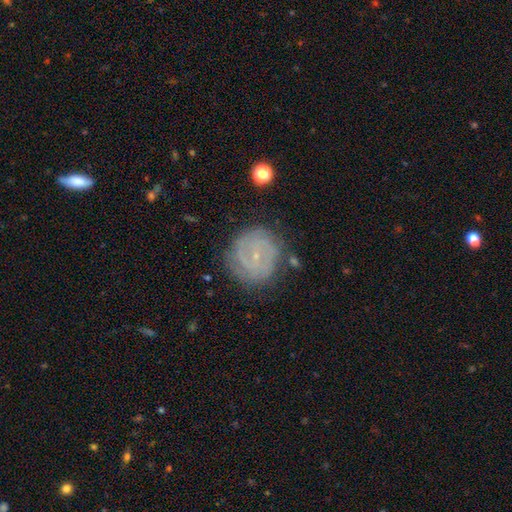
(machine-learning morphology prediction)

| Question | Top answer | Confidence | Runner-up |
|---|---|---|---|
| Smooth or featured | featured or disk | 72% | smooth (20%) |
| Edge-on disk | no | 98% | yes (2%) |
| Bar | no | 59% | weak (34%) |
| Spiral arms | yes | 89% | no (11%) |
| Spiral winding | tight | 69% | medium (24%) |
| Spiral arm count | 2 | 38% | can't tell (33%) |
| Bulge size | small | 84% | moderate (10%) |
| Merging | none | 77% | minor disturbance (16%) |